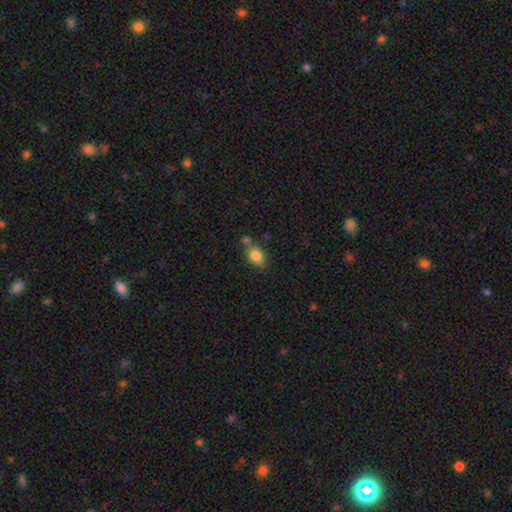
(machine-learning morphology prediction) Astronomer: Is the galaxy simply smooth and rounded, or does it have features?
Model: smooth — 83%.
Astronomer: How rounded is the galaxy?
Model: in between — 69%.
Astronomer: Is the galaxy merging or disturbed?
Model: none — 60%.